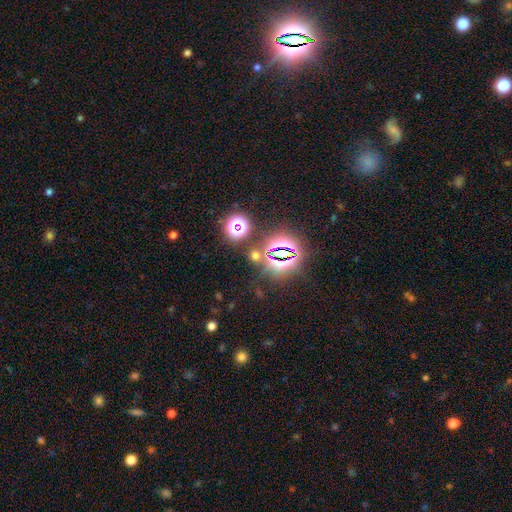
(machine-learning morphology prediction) A star or artifact, not a galaxy (59%).

Vote fractions:
- Smooth or featured? star or artifact: 59% / smooth: 33% / featured or disk: 8%